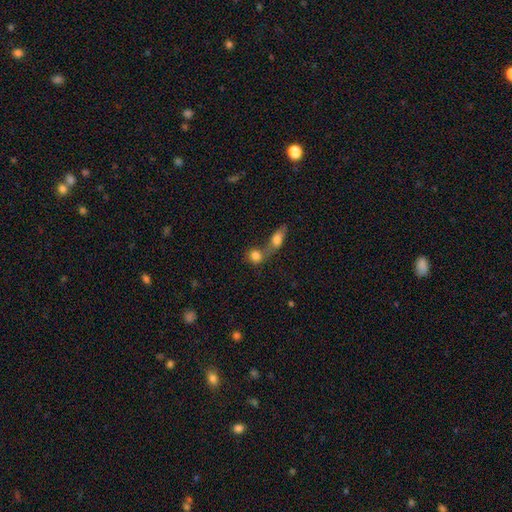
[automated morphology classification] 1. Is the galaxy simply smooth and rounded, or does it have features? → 82% smooth, 9% featured or disk, 9% star or artifact.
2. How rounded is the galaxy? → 66% round, 31% in between, 3% cigar-shaped.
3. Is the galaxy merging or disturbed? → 55% merger, 33% none, 7% minor disturbance, 4% major disturbance.